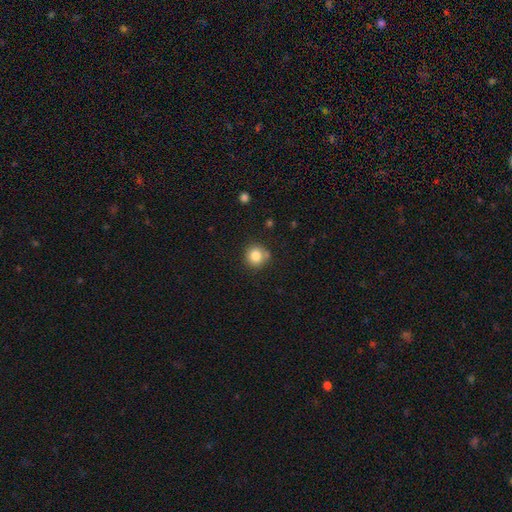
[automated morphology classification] Smooth or featured?
  - smooth: 83% *
  - star or artifact: 10%
  - featured or disk: 7%
How rounded?
  - round: 91% *
  - in between: 8%
  - cigar-shaped: 1%
Merging?
  - none: 75% *
  - minor disturbance: 12%
  - merger: 10%
  - major disturbance: 3%